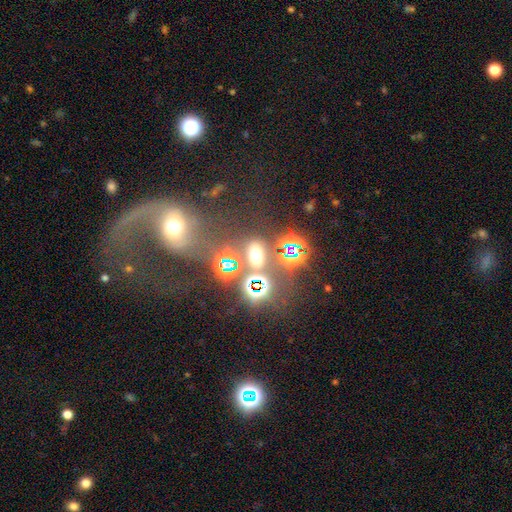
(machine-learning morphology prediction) Q: Smooth or featured?
A: star or artifact (50%); runner-up: smooth (40%)